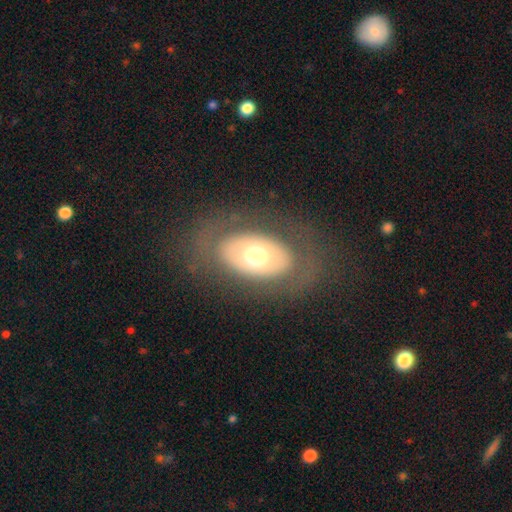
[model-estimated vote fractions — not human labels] Smooth or featured? featured or disk (47%)
Merging? none (78%)